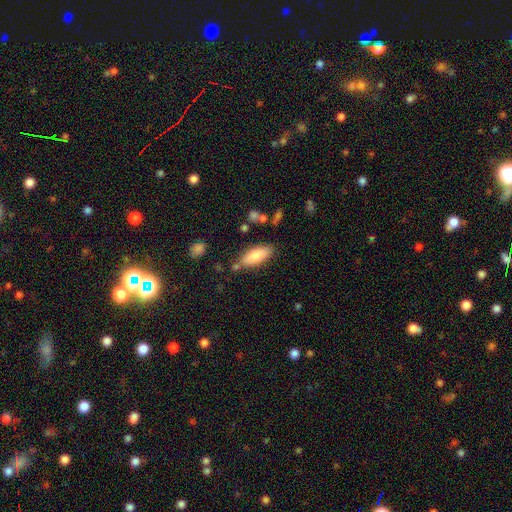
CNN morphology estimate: A smooth galaxy with no disk features (81%) that is in between round and cigar-shaped (77%). Merging: none (75%).